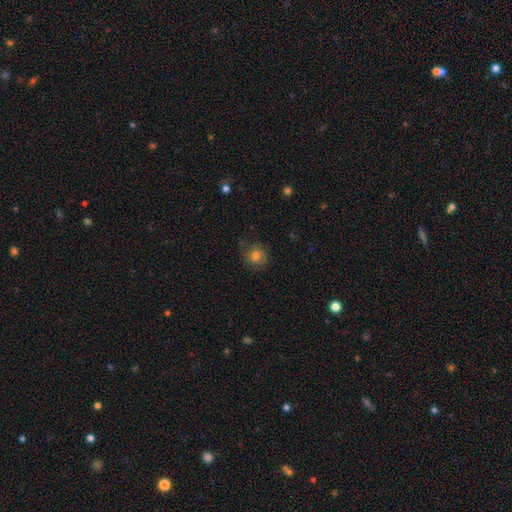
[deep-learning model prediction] Smooth or featured? Predicted: smooth (p=0.79). How rounded? Predicted: round (p=0.86). Merging? Predicted: none (p=0.80).